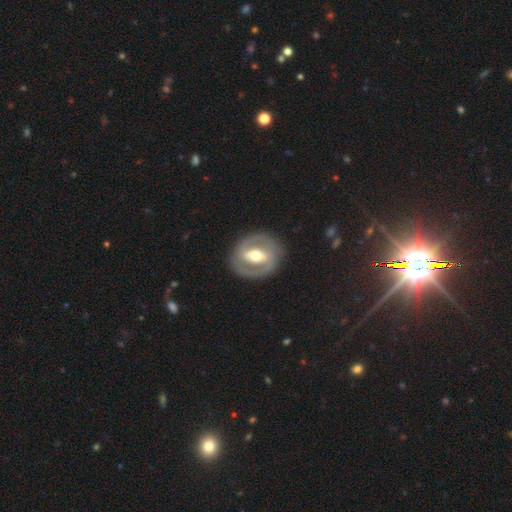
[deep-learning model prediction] Smooth or featured? featured or disk (77%)
Edge-on disk? no (95%)
Bar? strong (53%)
Spiral arms? yes (64%)
Bulge size? moderate (73%)
Merging? none (86%)